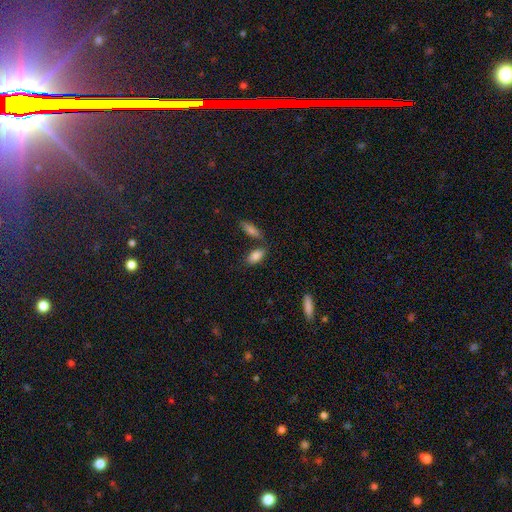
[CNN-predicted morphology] type=smooth (85%); roundness=in between (88%); merging=none (69%).